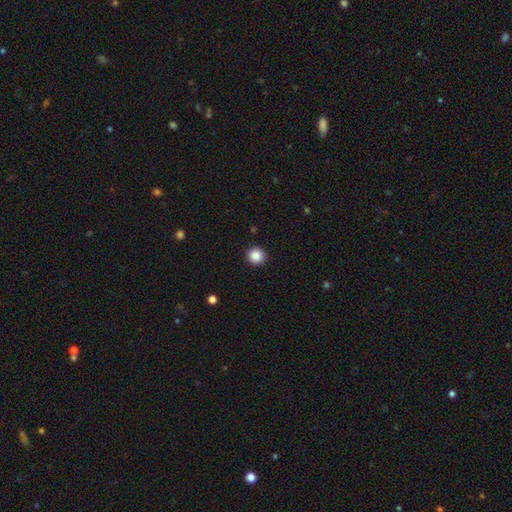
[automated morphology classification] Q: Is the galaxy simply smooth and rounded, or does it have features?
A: smooth — 87%.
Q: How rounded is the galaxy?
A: round — 94%.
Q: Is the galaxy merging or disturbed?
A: none — 92%.